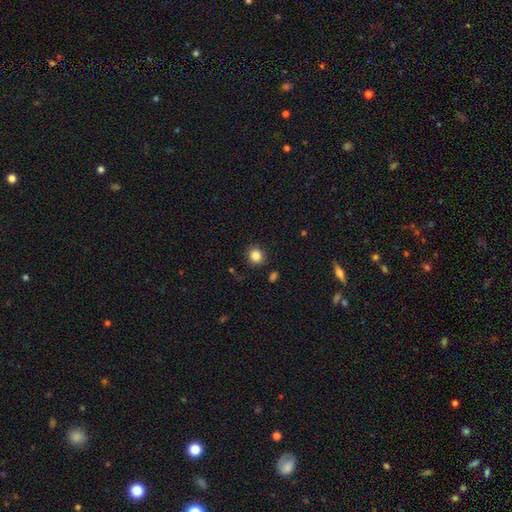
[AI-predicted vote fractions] A smooth galaxy with no disk features (84%) that is round (87%). Merging: none (88%).